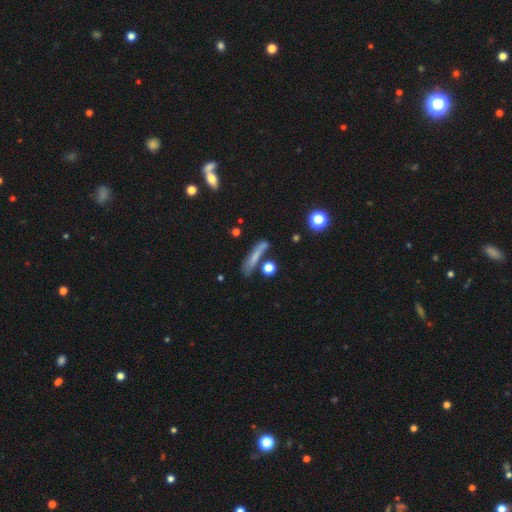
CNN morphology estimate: type=smooth (64%); roundness=cigar-shaped (79%); merging=none (60%).